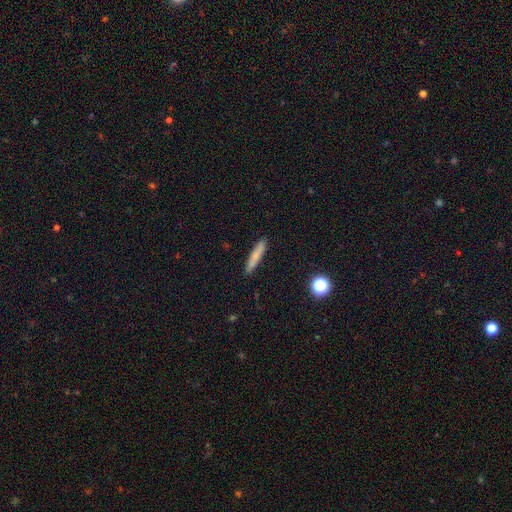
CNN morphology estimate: Q: Smooth or featured?
A: smooth (73%); runner-up: featured or disk (19%)
Q: How rounded?
A: cigar-shaped (90%); runner-up: in between (8%)
Q: Merging?
A: none (90%); runner-up: minor disturbance (7%)